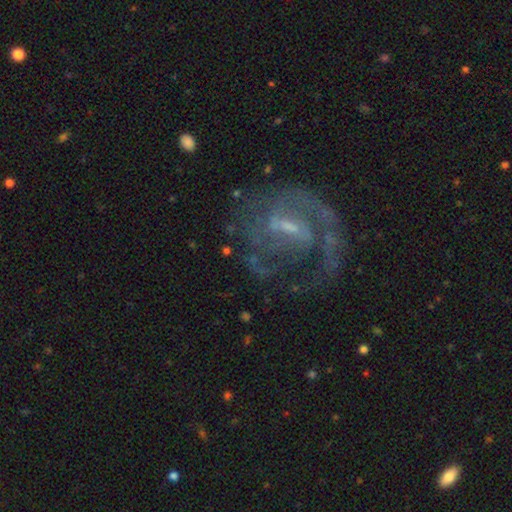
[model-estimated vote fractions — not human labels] The model was most divided on "spiral winding": medium: 46%, tight: 33%, loose: 21%. Remaining: edge-on disk — no (97%); spiral arms — yes (86%); smooth or featured — featured or disk (82%); bulge size — small (60%); merging — none (56%); bar — weak (55%); spiral arm count — 2 (44%).